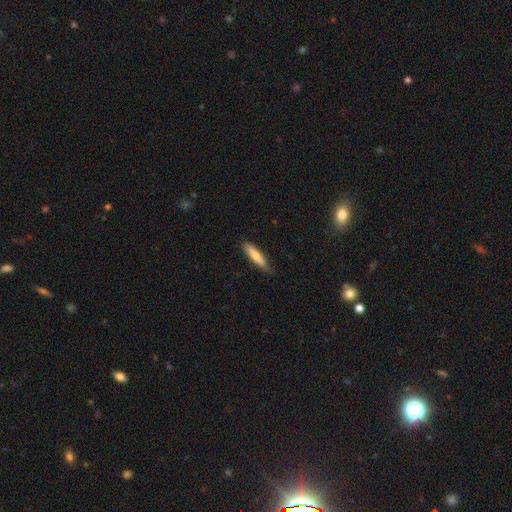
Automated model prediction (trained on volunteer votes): Smooth or featured: smooth — 69% (featured or disk — 25%)
How rounded: cigar-shaped — 79% (in between — 20%)
Merging: none — 80% (minor disturbance — 17%)